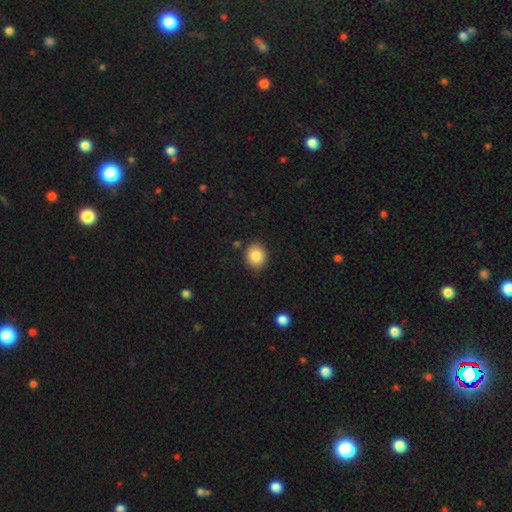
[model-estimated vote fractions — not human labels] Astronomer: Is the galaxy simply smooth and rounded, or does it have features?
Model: smooth — 85%.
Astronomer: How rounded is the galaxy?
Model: round — 67%.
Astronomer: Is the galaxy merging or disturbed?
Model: none — 87%.